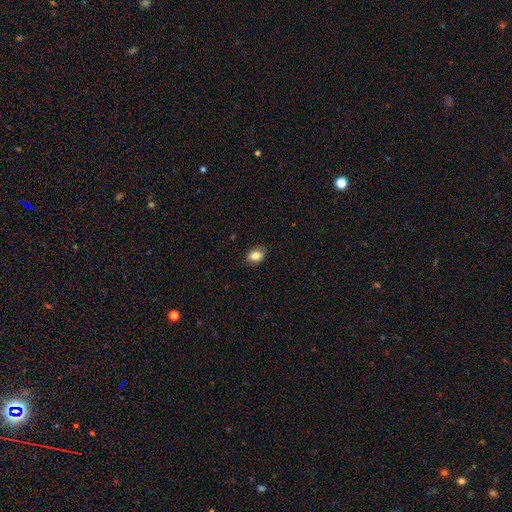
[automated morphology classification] Overall: smooth (82%). How rounded: in between (74%). Merging: none (85%).